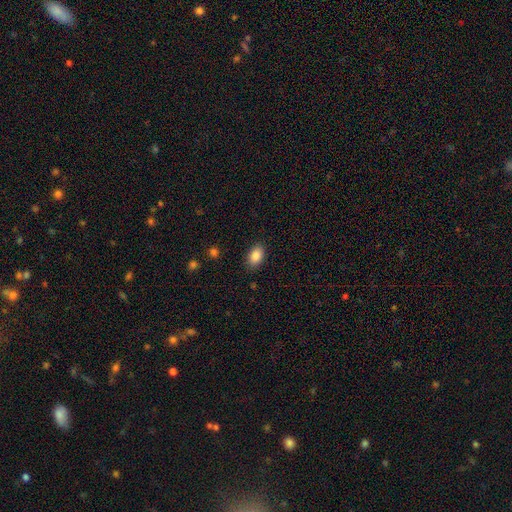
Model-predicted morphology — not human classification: Smooth or featured? smooth (87%)
How rounded? in between (89%)
Merging? none (87%)